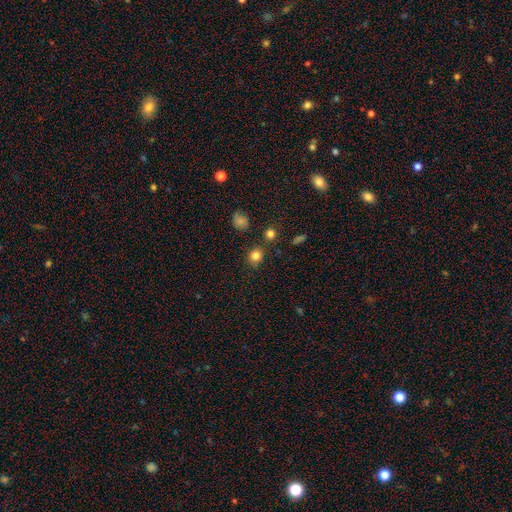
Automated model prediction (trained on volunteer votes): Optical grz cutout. It shows a smooth galaxy with no disk features (82%) that is round (85%). Merging: none (81%).